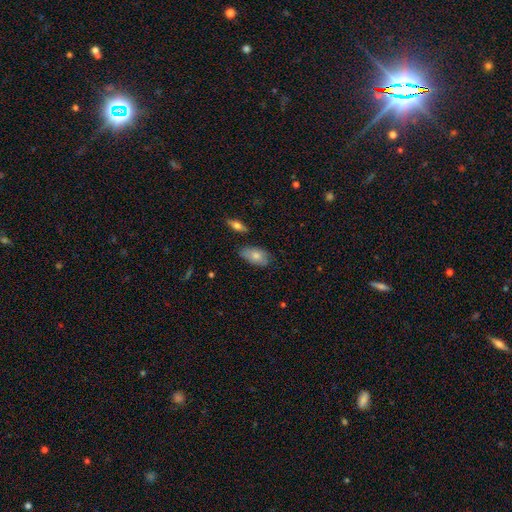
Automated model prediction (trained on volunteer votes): smooth_or_featured: smooth (p=0.72) [alt: featured or disk p=0.21]
how_rounded: in between (p=0.92) [alt: round p=0.04]
merging: none (p=0.69) [alt: minor disturbance p=0.24]